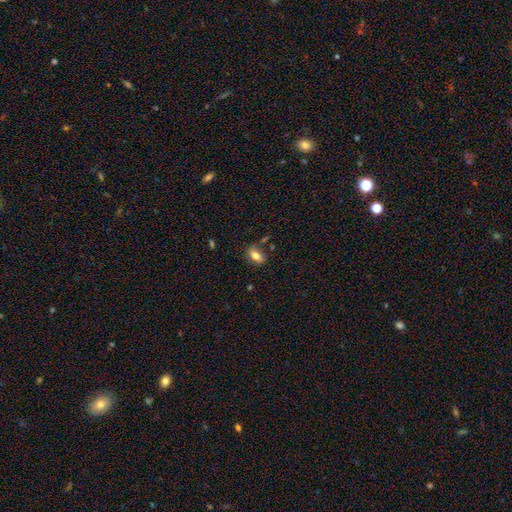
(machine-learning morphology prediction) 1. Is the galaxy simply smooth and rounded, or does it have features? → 75% smooth, 16% featured or disk, 9% star or artifact.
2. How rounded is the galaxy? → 84% in between, 9% cigar-shaped, 7% round.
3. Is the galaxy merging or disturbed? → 71% none, 17% minor disturbance, 7% merger, 5% major disturbance.